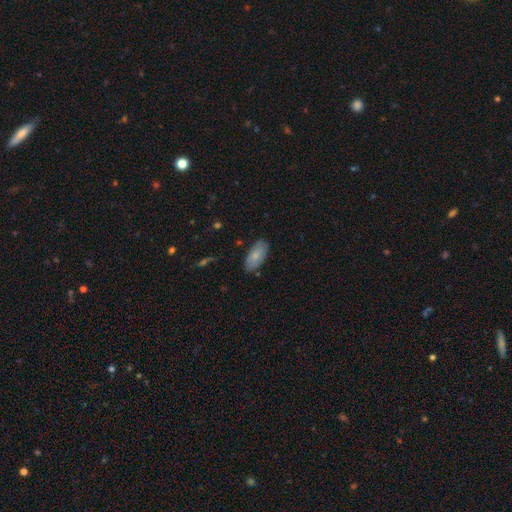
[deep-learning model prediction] smooth-or-featured: smooth: 77% | featured or disk: 17% | star or artifact: 6%
  how-rounded: in between: 92% | cigar-shaped: 6% | round: 2%
  merging: none: 80% | minor disturbance: 16% | major disturbance: 3% | merger: 2%